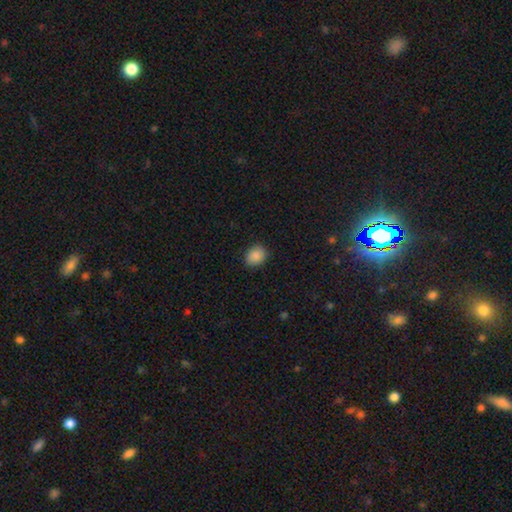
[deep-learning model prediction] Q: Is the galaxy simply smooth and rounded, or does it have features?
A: smooth — 88%.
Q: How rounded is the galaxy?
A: round — 57%.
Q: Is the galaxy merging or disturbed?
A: none — 87%.